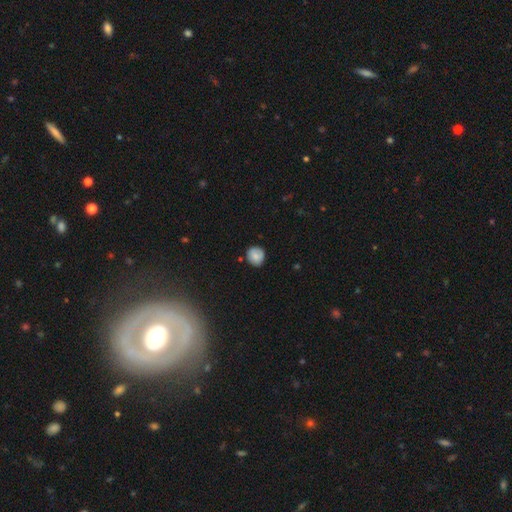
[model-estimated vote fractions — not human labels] Smooth or featured? Predicted: smooth (p=0.77). How rounded? Predicted: round (p=0.84). Merging? Predicted: none (p=0.80).